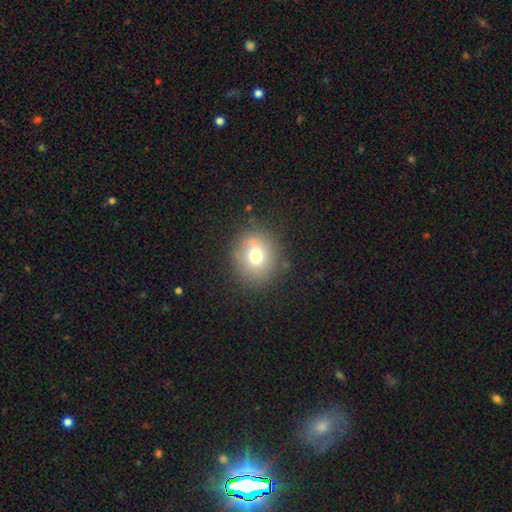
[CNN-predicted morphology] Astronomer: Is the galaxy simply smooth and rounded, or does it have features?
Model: smooth — 71%.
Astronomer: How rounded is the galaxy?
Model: round — 79%.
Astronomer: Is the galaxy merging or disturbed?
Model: none — 80%.